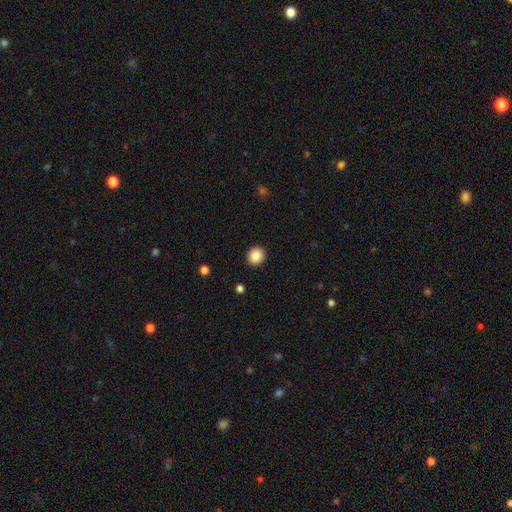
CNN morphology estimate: Smooth or featured?
  - smooth: 87% *
  - star or artifact: 9%
  - featured or disk: 5%
How rounded?
  - round: 80% *
  - in between: 19%
  - cigar-shaped: 1%
Merging?
  - none: 92% *
  - minor disturbance: 5%
  - major disturbance: 2%
  - merger: 1%